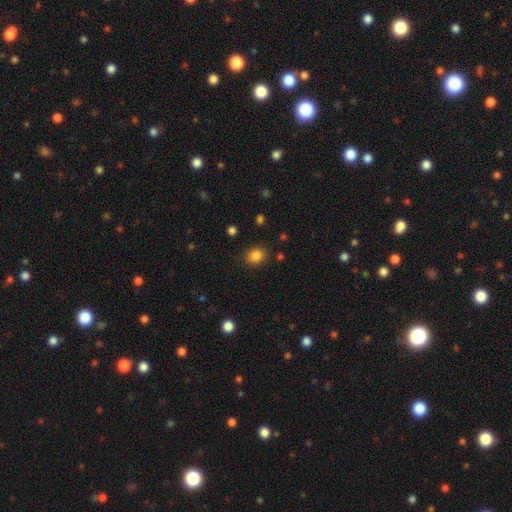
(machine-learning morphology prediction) smooth 84%, star or artifact 11%, featured or disk 4%. Down the decision tree: how rounded — round (66%); merging — none (87%).